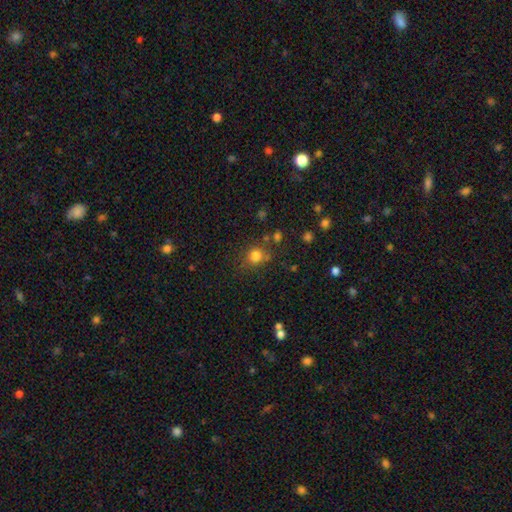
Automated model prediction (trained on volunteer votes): Smooth or featured? smooth (79%)
How rounded? round (82%)
Merging? none (74%)